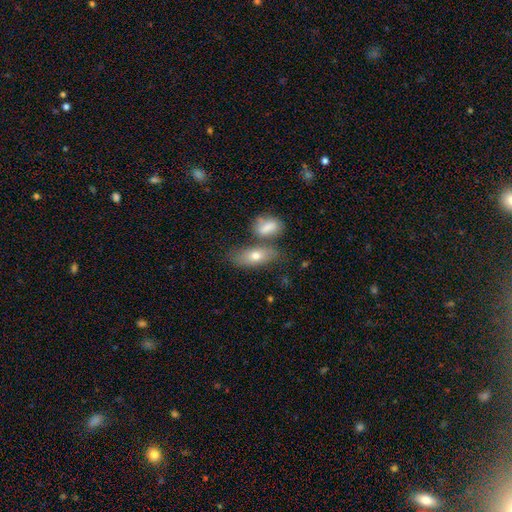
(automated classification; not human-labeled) The model was most divided on "merging": none: 55%, merger: 25%, minor disturbance: 15%, major disturbance: 5%. More confident: how rounded — in between (77%); smooth or featured — smooth (71%).